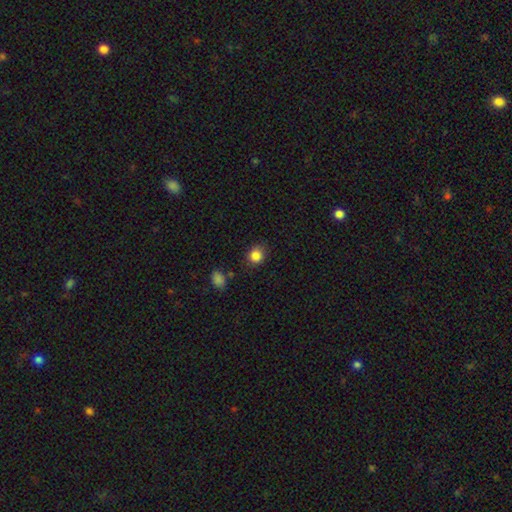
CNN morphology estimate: smooth 85%, star or artifact 10%, featured or disk 5%. Down the decision tree: how rounded — round (72%); merging — none (78%).